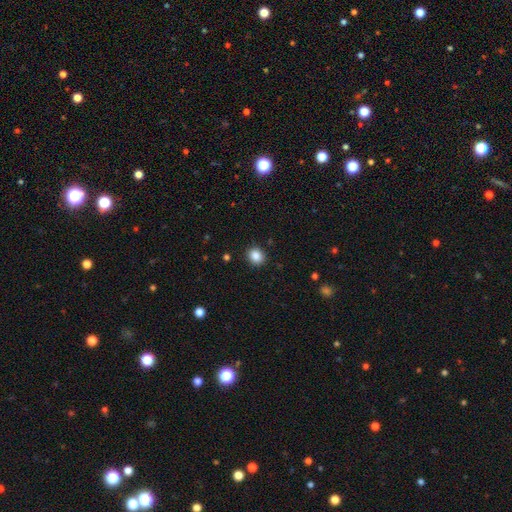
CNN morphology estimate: smooth_or_featured: smooth (p=0.86) [alt: star or artifact p=0.10]
how_rounded: round (p=0.74) [alt: in between p=0.25]
merging: none (p=0.90) [alt: minor disturbance p=0.07]